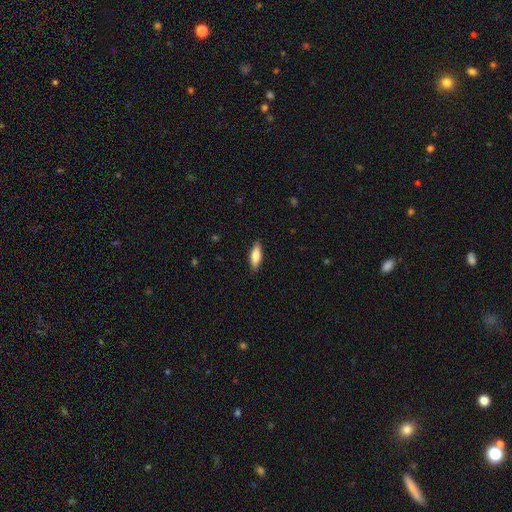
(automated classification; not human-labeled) This is likely a smooth galaxy (76%). How rounded: possibly in between (56%). Merging: clearly none (88%).